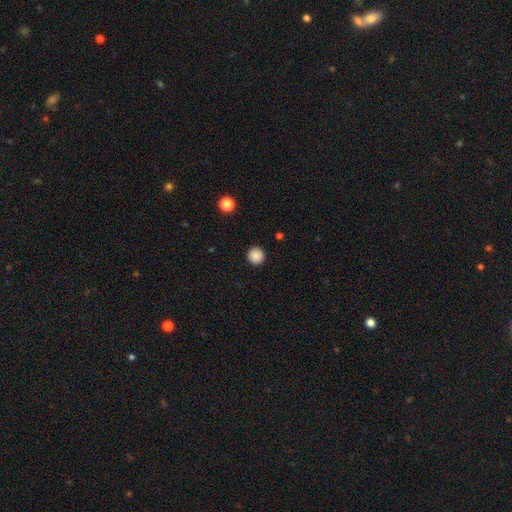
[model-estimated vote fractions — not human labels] The model was most divided on "smooth or featured": smooth: 88%, star or artifact: 10%, featured or disk: 2%. More confident: how rounded — round (95%); merging — none (93%).